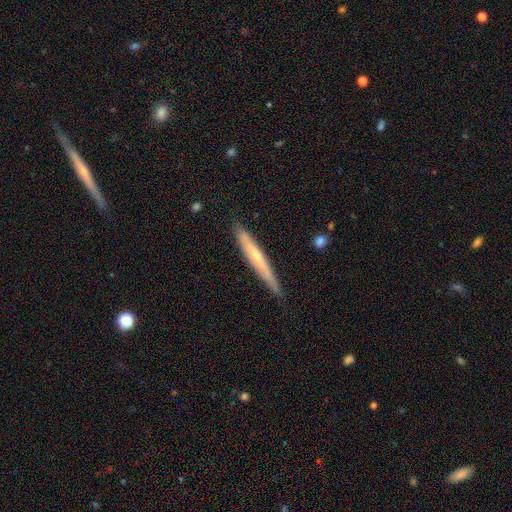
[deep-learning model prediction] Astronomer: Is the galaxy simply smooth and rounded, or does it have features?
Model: featured or disk — 51% (runner-up: smooth, 43%).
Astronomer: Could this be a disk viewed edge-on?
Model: yes — 91%.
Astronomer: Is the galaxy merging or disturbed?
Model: none — 82%.